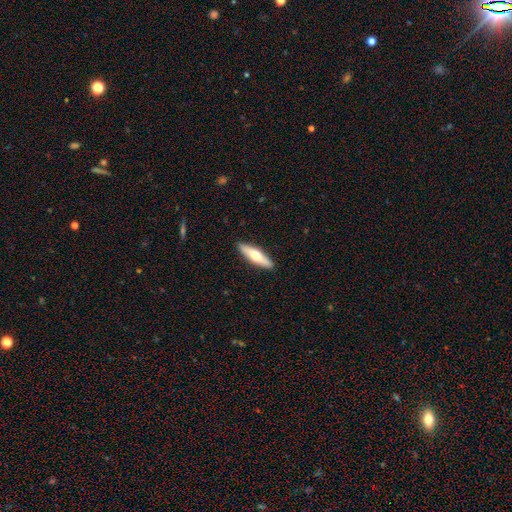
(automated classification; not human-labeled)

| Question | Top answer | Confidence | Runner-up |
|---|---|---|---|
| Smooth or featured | smooth | 49% | featured or disk (46%) |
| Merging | none | 90% | minor disturbance (7%) |